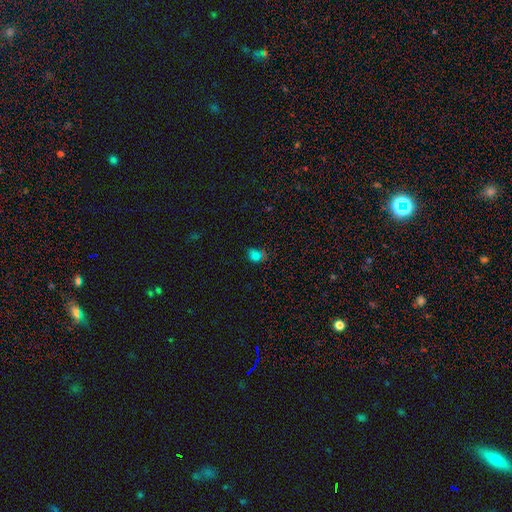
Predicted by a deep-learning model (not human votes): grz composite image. It shows a smooth galaxy with no disk features (72%) that is in between round and cigar-shaped (54%). Merging: none (53%).